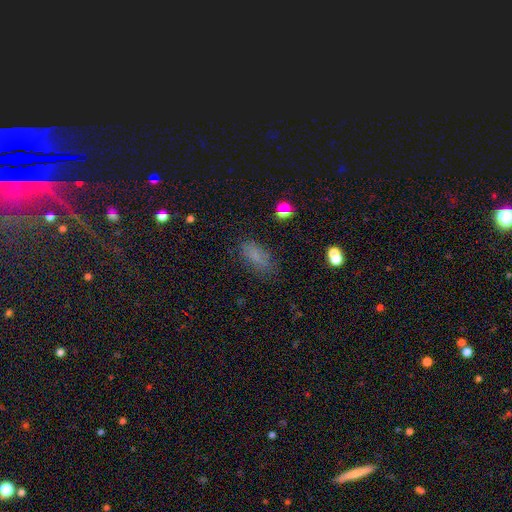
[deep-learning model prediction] A smooth galaxy with no disk features (73%) that is in between round and cigar-shaped (80%). Merging: none (73%).